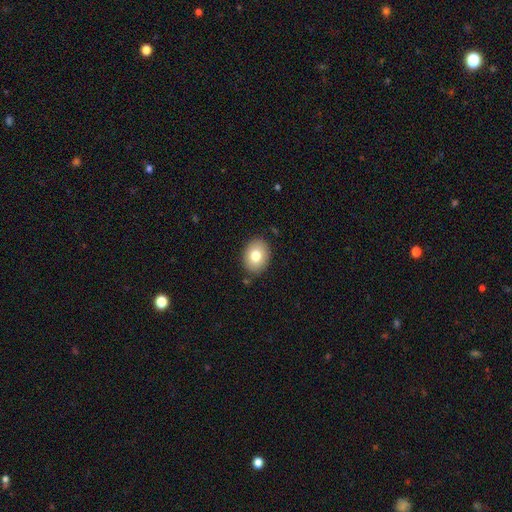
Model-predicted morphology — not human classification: This appears to be a smooth galaxy with no disk features (78%) that is in between round and cigar-shaped (61%). Merging: none (86%).